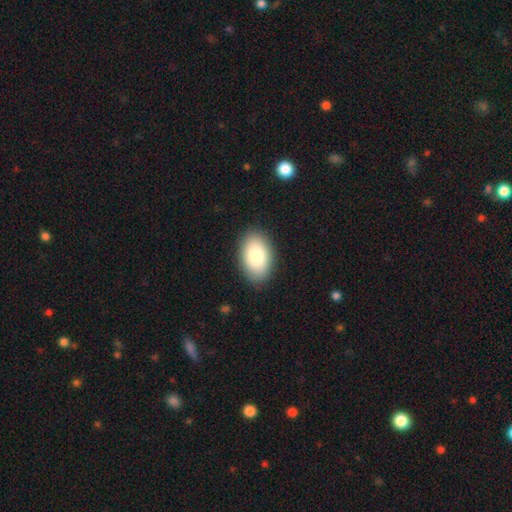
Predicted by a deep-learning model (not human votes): The model was most divided on "smooth or featured": smooth: 85%, featured or disk: 9%, star or artifact: 7%. More confident: how rounded — in between (91%); merging — none (88%).